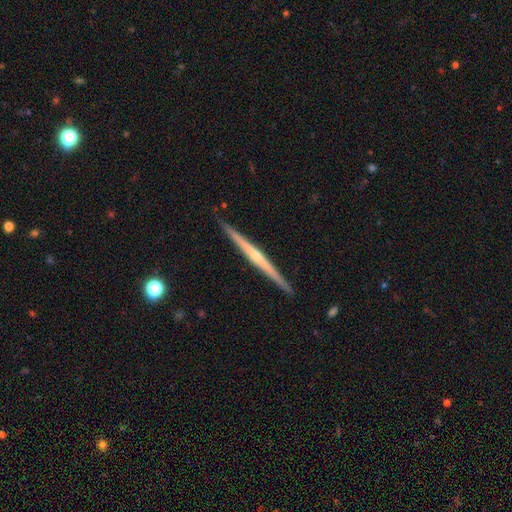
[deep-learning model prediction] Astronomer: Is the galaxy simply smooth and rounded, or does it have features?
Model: featured or disk — 79%.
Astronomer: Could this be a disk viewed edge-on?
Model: yes — 98%.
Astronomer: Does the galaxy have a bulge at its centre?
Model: rounded — 69%.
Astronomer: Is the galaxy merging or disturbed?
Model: none — 92%.